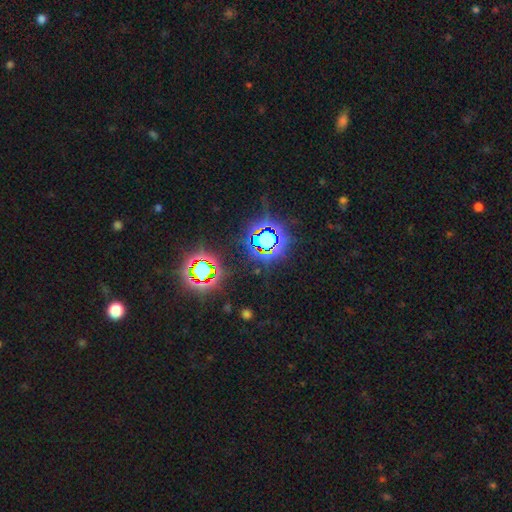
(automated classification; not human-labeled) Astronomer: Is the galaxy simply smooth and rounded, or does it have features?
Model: star or artifact — 82%.